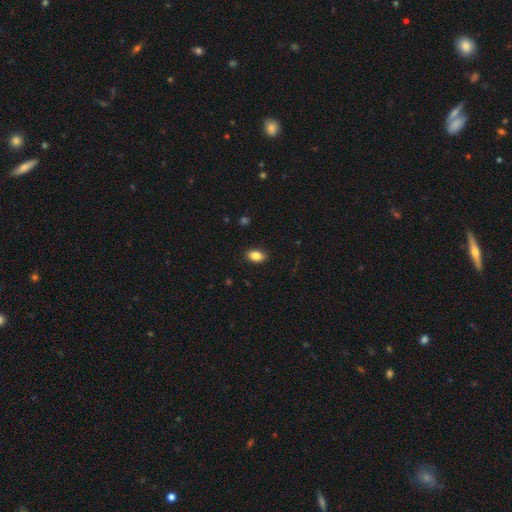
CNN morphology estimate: A smooth galaxy with no disk features (86%) that is in between round and cigar-shaped (88%).

Vote fractions:
- Smooth or featured? smooth: 86% / star or artifact: 8% / featured or disk: 6%
- How rounded? in between: 88% / round: 11% / cigar-shaped: 2%
- Merging? none: 88% / minor disturbance: 9% / major disturbance: 2% / merger: 1%